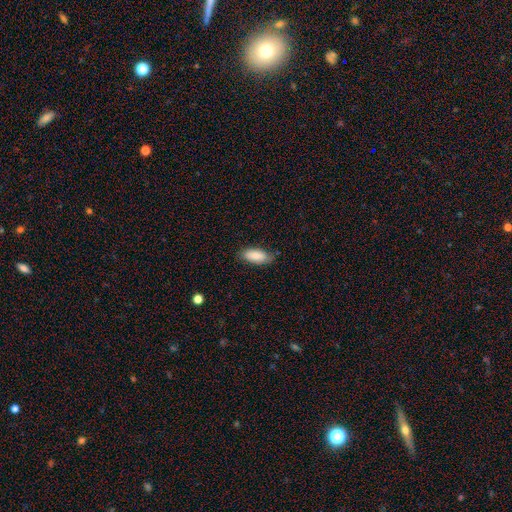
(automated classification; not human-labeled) smooth-or-featured: smooth: 86% | featured or disk: 8% | star or artifact: 6%
  how-rounded: in between: 83% | cigar-shaped: 16% | round: 2%
  merging: none: 77% | minor disturbance: 19% | major disturbance: 3% | merger: 1%